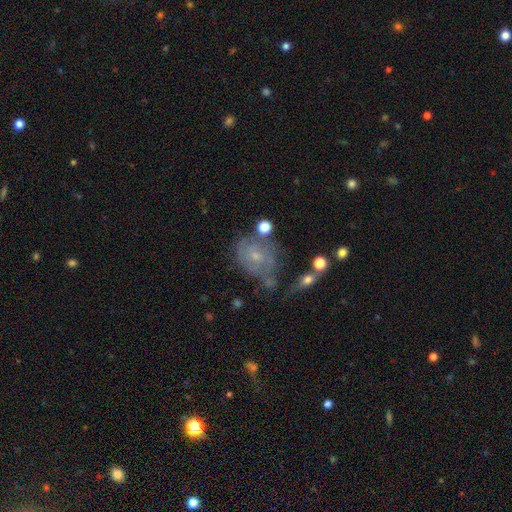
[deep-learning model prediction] featured or disk 61%, smooth 27%, star or artifact 11%. Down the decision tree: edge-on disk — no (96%); bar — no (75%); spiral arms — yes (72%); bulge size — small (70%); merging — none (45%).